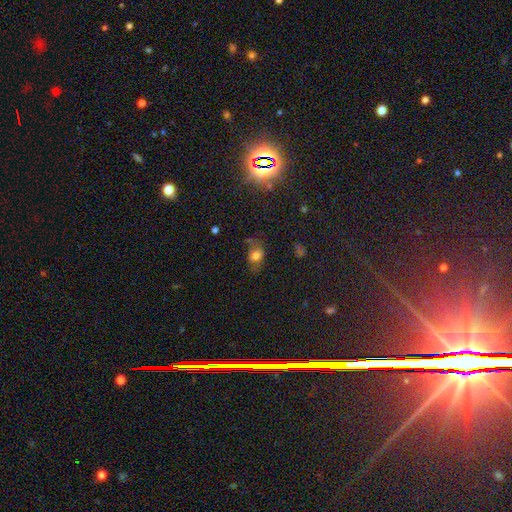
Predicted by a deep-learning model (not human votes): This is likely a smooth galaxy (65%). How rounded: likely in between (74%). Merging: possibly none (53%).